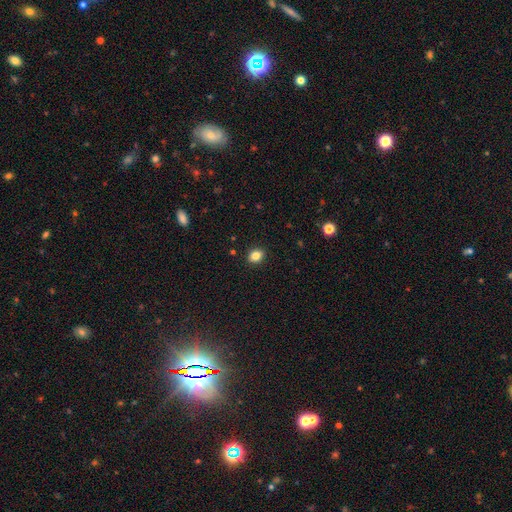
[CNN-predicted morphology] Q: Smooth or featured?
A: smooth (84%); runner-up: star or artifact (10%)
Q: How rounded?
A: round (51%); runner-up: in between (48%)
Q: Merging?
A: none (91%); runner-up: minor disturbance (6%)